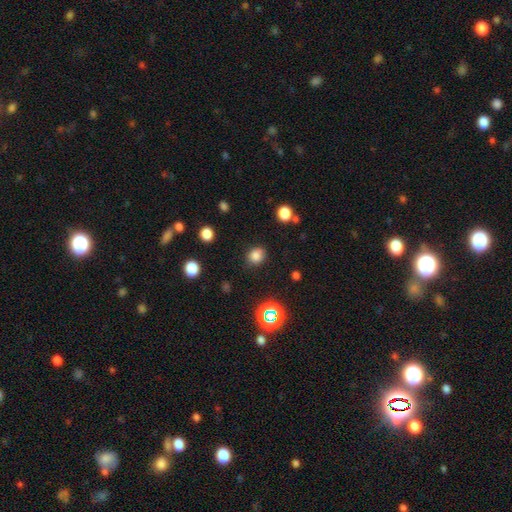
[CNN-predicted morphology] smooth 80%, star or artifact 14%, featured or disk 5%. Down the decision tree: how rounded — round (70%); merging — none (85%).